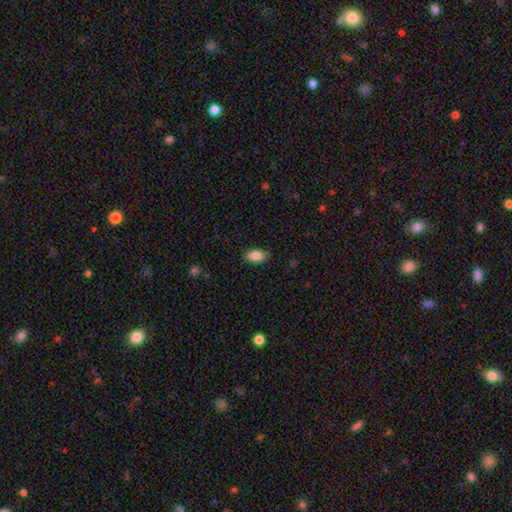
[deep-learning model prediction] Smooth or featured? smooth (88%)
How rounded? in between (92%)
Merging? none (87%)